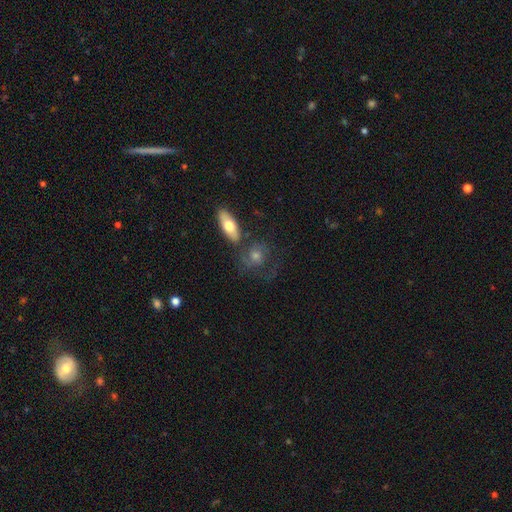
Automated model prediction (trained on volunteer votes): This appears to be a featured or disk galaxy (46%). Merging: none (52%).